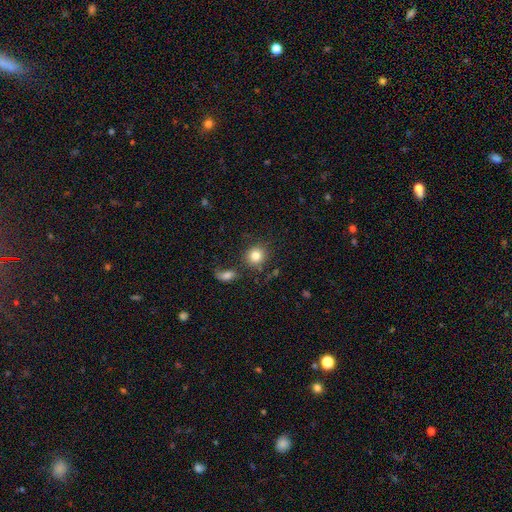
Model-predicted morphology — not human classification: smooth-or-featured: smooth: 82% | star or artifact: 10% | featured or disk: 8%
  how-rounded: round: 86% | in between: 13% | cigar-shaped: 1%
  merging: none: 79% | minor disturbance: 10% | merger: 7% | major disturbance: 4%